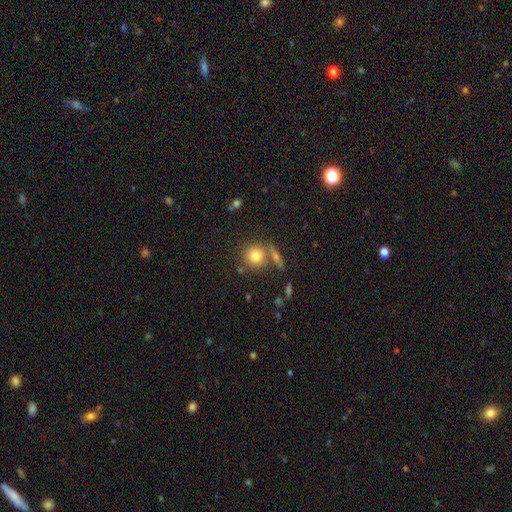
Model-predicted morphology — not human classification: type=smooth (78%); roundness=round (85%); merging=none (61%).